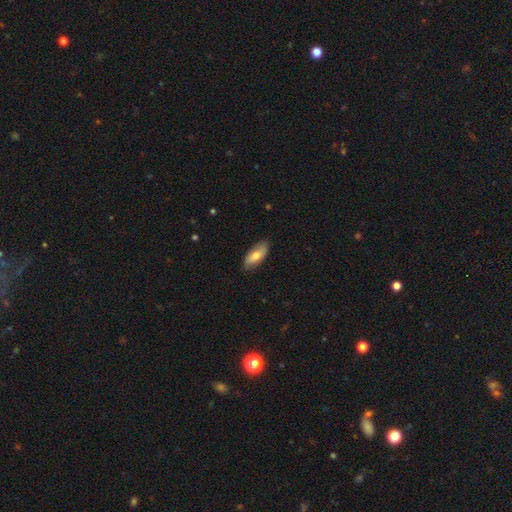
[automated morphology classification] type=smooth (65%); roundness=in between (83%); merging=none (82%).